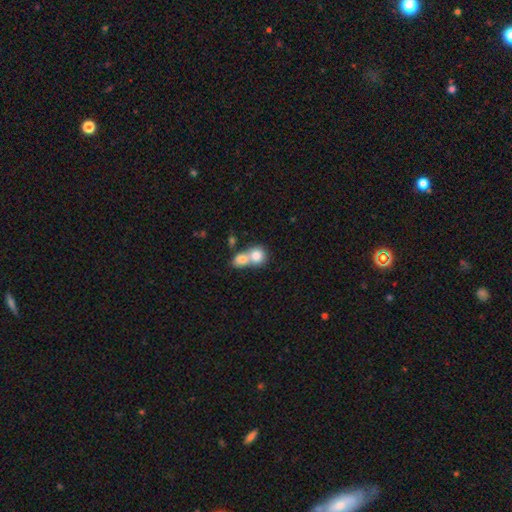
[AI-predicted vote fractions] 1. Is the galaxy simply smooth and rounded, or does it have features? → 78% smooth, 14% featured or disk, 8% star or artifact.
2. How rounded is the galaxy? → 75% round, 24% in between, 1% cigar-shaped.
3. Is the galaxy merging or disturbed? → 69% merger, 23% none, 5% minor disturbance, 3% major disturbance.